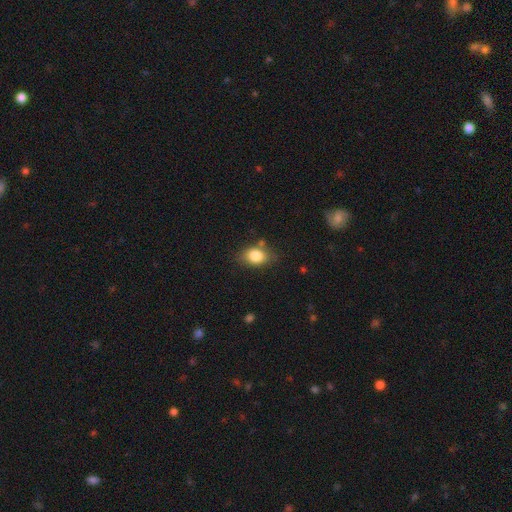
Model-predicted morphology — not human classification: Smooth or featured? Predicted: smooth (p=0.83). How rounded? Predicted: in between (p=0.72). Merging? Predicted: none (p=0.74).